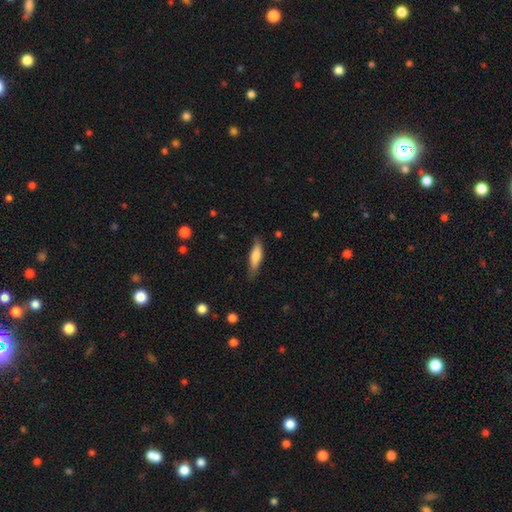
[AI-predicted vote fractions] Smooth or featured?
  - smooth: 75% *
  - featured or disk: 19%
  - star or artifact: 6%
How rounded?
  - cigar-shaped: 59% *
  - in between: 40%
  - round: 2%
Merging?
  - none: 74% *
  - minor disturbance: 20%
  - major disturbance: 4%
  - merger: 1%